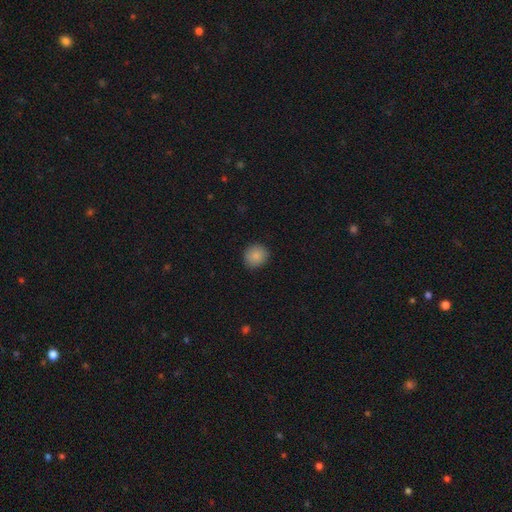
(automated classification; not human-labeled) Morphology: type=smooth (87%); roundness=round (86%); merging=none (88%).